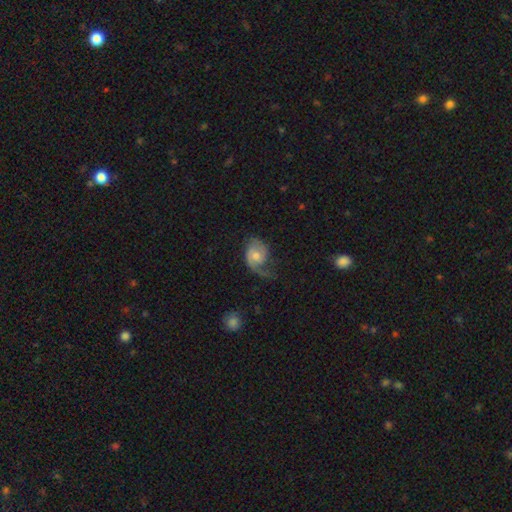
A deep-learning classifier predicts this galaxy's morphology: smooth-or-featured: featured or disk: 72% | smooth: 22% | star or artifact: 6%
  disk-edge-on: no: 97% | yes: 3%
    bar: no: 67% | weak: 29% | strong: 4%
    has-spiral-arms: yes: 92% | no: 8%
      spiral-winding: loose: 41% | medium: 38% | tight: 20%
      spiral-arm-count: 2: 48% | 1: 43% | can't tell: 6% | 3: 1% | 4: 1% | more than 4: 1%
    bulge-size: moderate: 58% | small: 33% | large: 5% | none: 3% | dominant: 1%
  merging: none: 41% | major disturbance: 32% | minor disturbance: 25% | merger: 2%